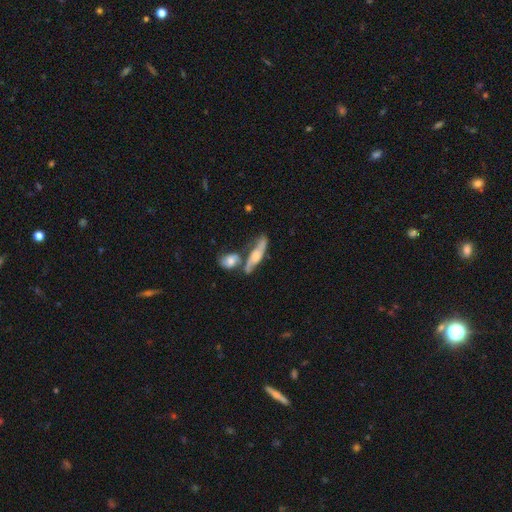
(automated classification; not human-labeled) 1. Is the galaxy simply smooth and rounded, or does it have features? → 58% featured or disk, 35% smooth, 7% star or artifact.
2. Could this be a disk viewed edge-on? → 52% no, 48% yes.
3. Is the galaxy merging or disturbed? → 41% none, 34% merger, 16% minor disturbance, 9% major disturbance.